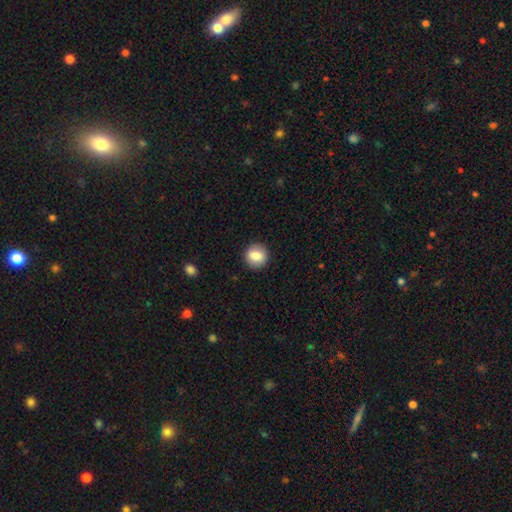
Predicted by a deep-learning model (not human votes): Smooth or featured? smooth (82%)
How rounded? round (84%)
Merging? none (90%)